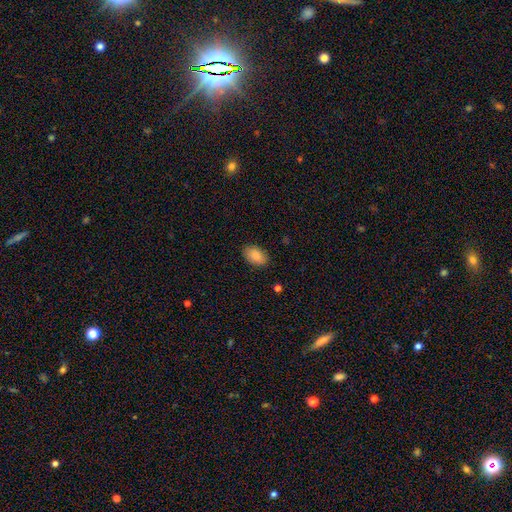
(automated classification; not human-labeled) A smooth galaxy with no disk features (89%) that is in between round and cigar-shaped (90%). Merging: none (85%).